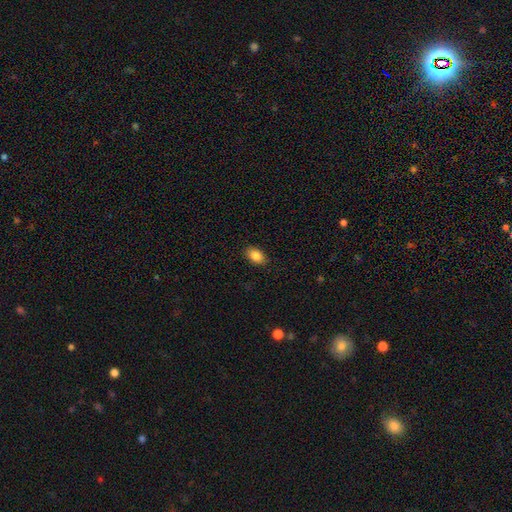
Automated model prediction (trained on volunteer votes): This is clearly a smooth galaxy (86%). How rounded: clearly in between (89%). Merging: clearly none (88%).